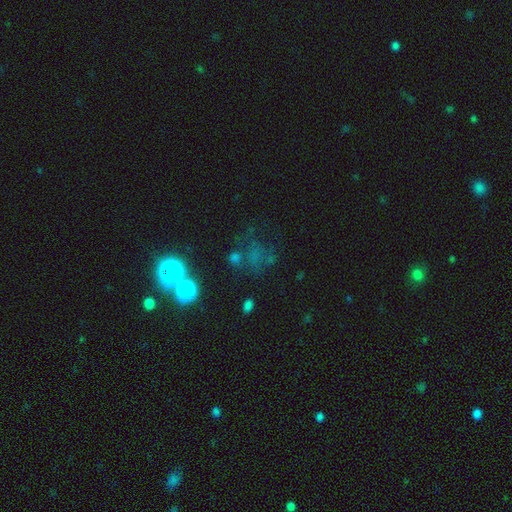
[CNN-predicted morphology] Q: Smooth or featured?
A: star or artifact (40%); runner-up: smooth (39%)